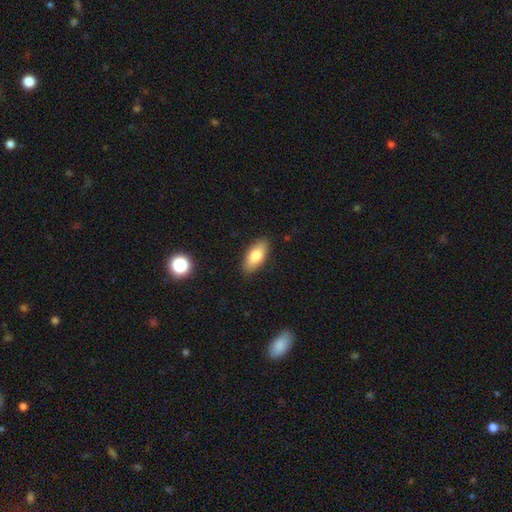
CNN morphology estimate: Overall: smooth (79%). How rounded: in between (88%). Merging: none (88%).